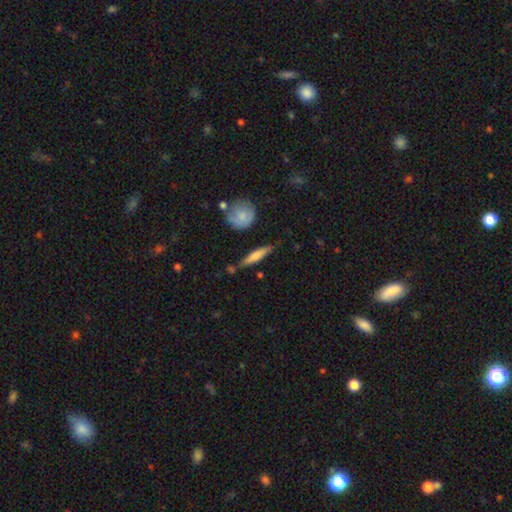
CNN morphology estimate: type=smooth (59%); roundness=cigar-shaped (82%); merging=none (77%).